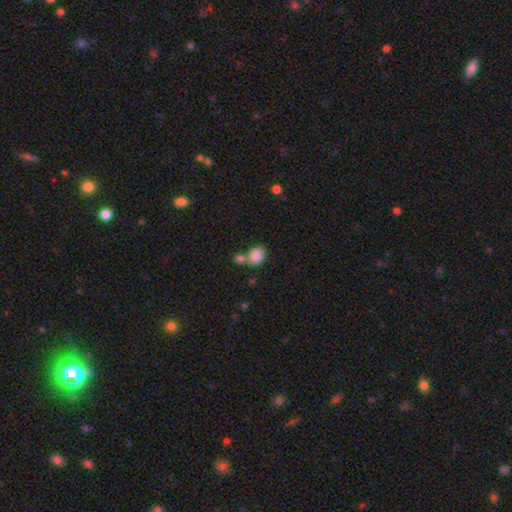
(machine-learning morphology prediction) A smooth galaxy with no disk features (86%) that is in between round and cigar-shaped (55%).

Vote fractions:
- Smooth or featured? smooth: 86% / star or artifact: 9% / featured or disk: 5%
- How rounded? in between: 55% / round: 44% / cigar-shaped: 1%
- Merging? none: 45% / merger: 39% / minor disturbance: 11% / major disturbance: 4%